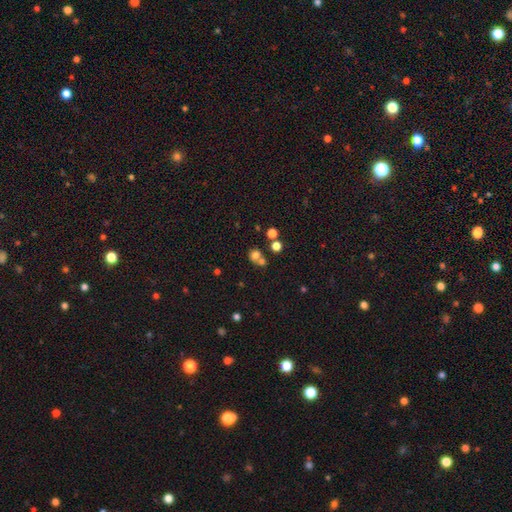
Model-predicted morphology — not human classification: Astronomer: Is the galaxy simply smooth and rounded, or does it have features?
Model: smooth — 69%.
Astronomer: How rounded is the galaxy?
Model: round — 76%.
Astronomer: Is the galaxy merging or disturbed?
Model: none — 44%, tied with merger at 44%.